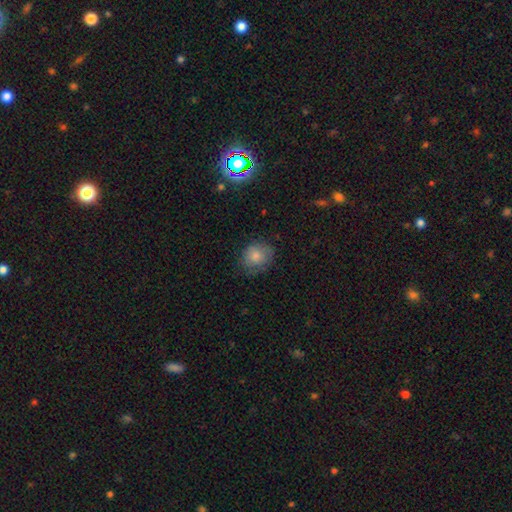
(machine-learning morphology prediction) smooth-or-featured: smooth: 81% | featured or disk: 11% | star or artifact: 8%
  how-rounded: round: 69% | in between: 30% | cigar-shaped: 1%
  merging: none: 70% | minor disturbance: 23% | major disturbance: 7% | merger: 1%